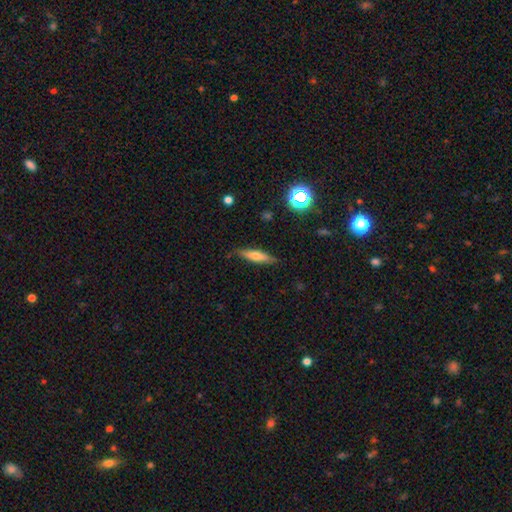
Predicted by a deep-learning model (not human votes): This is possibly a smooth galaxy (57%). How rounded: likely cigar-shaped (76%). Merging: clearly none (82%).